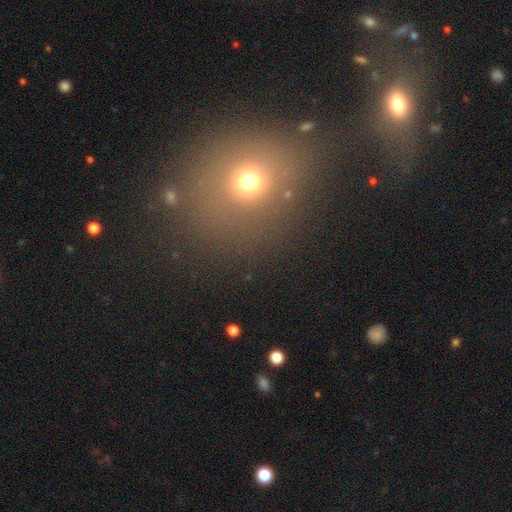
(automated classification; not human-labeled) A smooth galaxy with no disk features (53%) that is round (75%). Merging: none (68%).